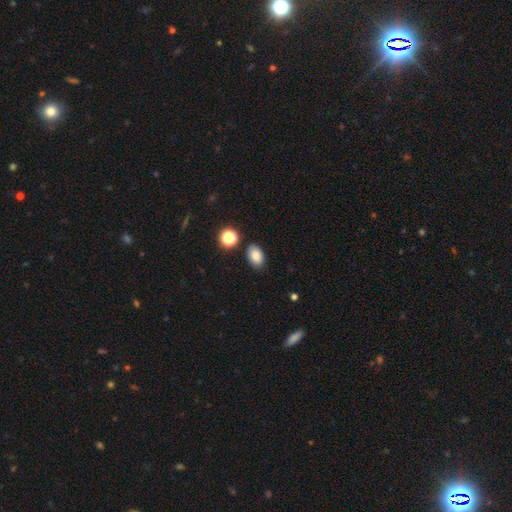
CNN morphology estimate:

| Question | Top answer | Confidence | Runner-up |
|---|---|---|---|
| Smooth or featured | smooth | 84% | star or artifact (10%) |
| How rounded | in between | 88% | round (11%) |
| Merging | none | 84% | minor disturbance (10%) |